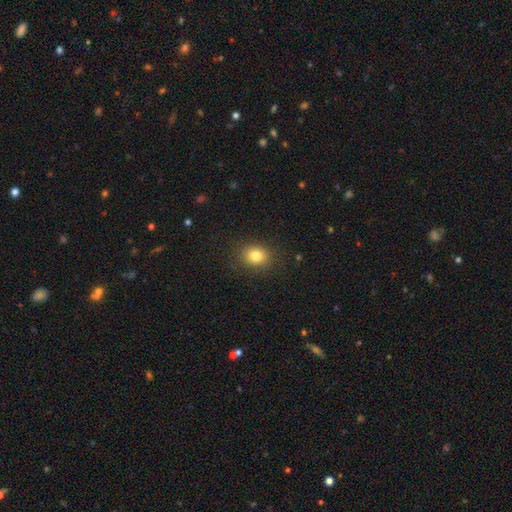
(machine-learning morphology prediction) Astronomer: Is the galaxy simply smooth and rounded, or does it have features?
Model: smooth — 82%.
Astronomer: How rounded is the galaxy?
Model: round — 57% (runner-up: in between, 42%).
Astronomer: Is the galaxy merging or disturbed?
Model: none — 86%.